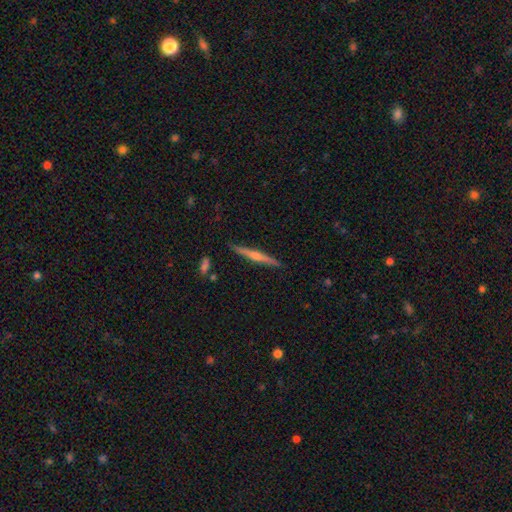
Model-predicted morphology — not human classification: smooth_or_featured: featured or disk (p=0.71) [alt: smooth p=0.23]
disk_edge_on: yes (p=0.98) [alt: no p=0.02]
edge_on_bulge: rounded (p=0.81) [alt: none p=0.13]
merging: none (p=0.90) [alt: minor disturbance p=0.07]